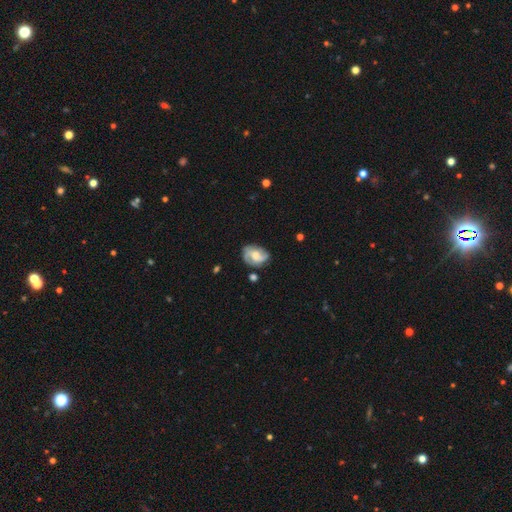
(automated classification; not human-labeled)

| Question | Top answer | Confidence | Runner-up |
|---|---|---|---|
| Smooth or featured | featured or disk | 65% | smooth (28%) |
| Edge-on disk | no | 97% | yes (3%) |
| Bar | no | 56% | weak (37%) |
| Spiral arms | yes | 90% | no (10%) |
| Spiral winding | medium | 44% | tight (34%) |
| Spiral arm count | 2 | 54% | 3 (21%) |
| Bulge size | moderate | 52% | small (27%) |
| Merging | none | 66% | minor disturbance (23%) |